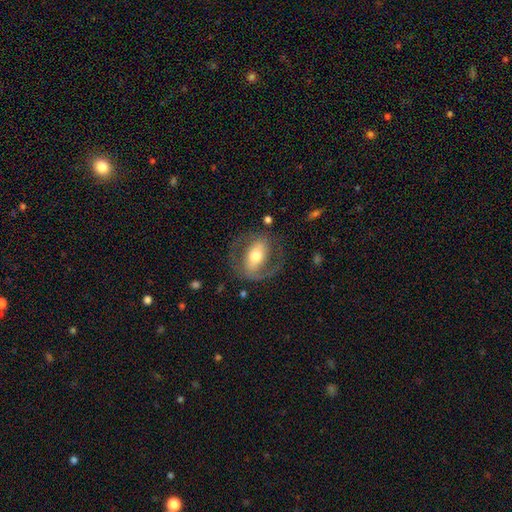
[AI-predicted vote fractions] smooth_or_featured: featured or disk (p=0.67) [alt: smooth p=0.27]
disk_edge_on: no (p=0.92) [alt: yes p=0.08]
bar: strong (p=0.48) [alt: weak p=0.28]
has_spiral_arms: yes (p=0.63) [alt: no p=0.37]
bulge_size: moderate (p=0.65) [alt: large p=0.18]
merging: none (p=0.70) [alt: minor disturbance p=0.15]